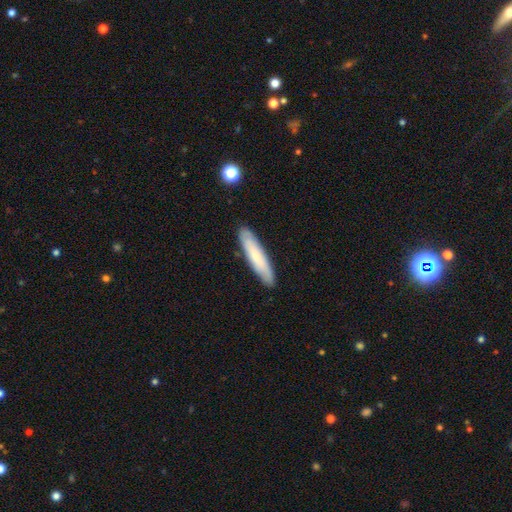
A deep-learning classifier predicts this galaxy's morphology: Smooth or featured? Predicted: smooth (p=0.69). How rounded? Predicted: cigar-shaped (p=0.85). Merging? Predicted: none (p=0.88).